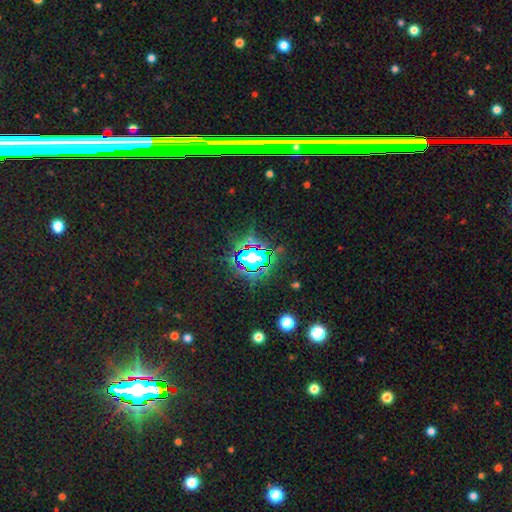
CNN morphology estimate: smooth-or-featured: star or artifact: 73% | smooth: 16% | featured or disk: 10%